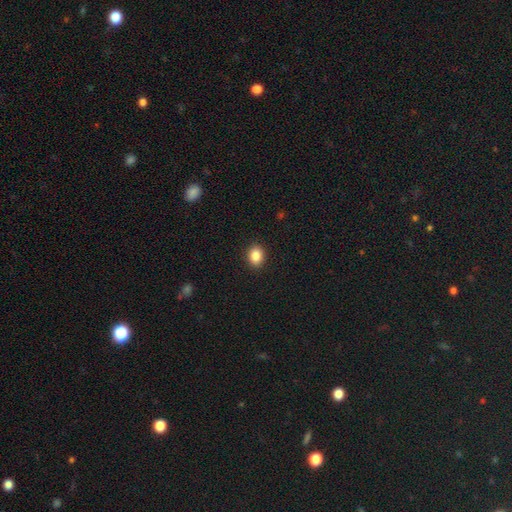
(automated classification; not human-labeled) Q: Smooth or featured?
A: smooth (86%); runner-up: star or artifact (9%)
Q: How rounded?
A: in between (51%); runner-up: round (48%)
Q: Merging?
A: none (91%); runner-up: minor disturbance (6%)